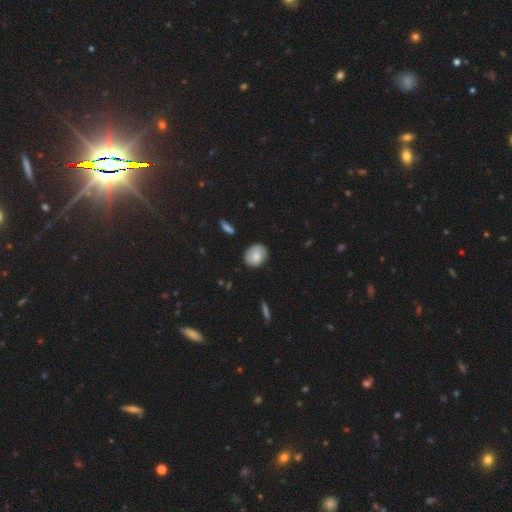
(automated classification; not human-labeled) A smooth galaxy with no disk features (76%) that is round (56%). Merging: none (80%).